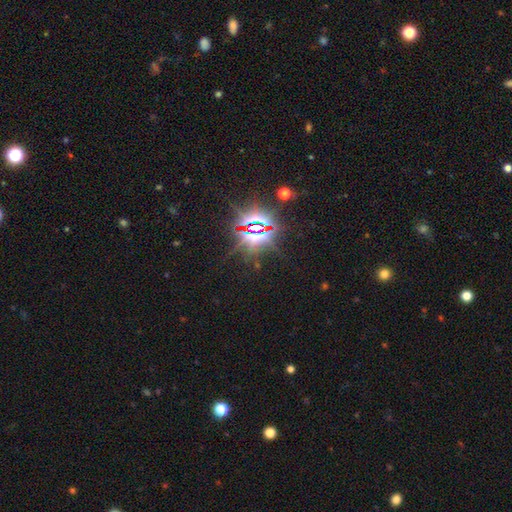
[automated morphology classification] Q: Smooth or featured?
A: star or artifact (85%); runner-up: smooth (9%)